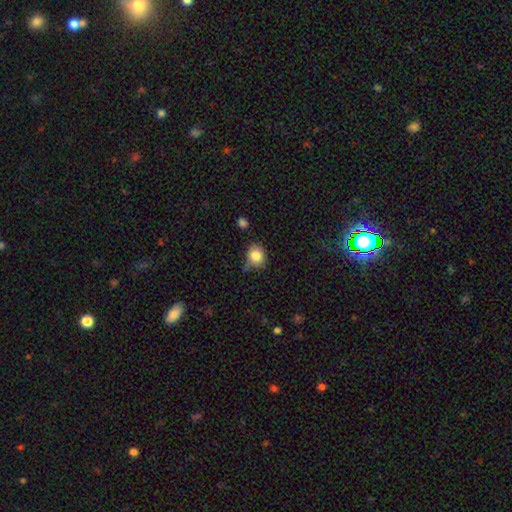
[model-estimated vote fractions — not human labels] smooth-or-featured: smooth: 84% | star or artifact: 10% | featured or disk: 7%
  how-rounded: round: 73% | in between: 26% | cigar-shaped: 1%
  merging: none: 71% | minor disturbance: 19% | merger: 6% | major disturbance: 4%